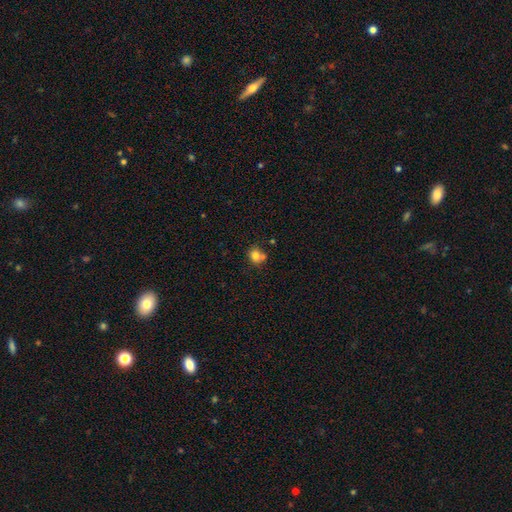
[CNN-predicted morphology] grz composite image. It shows a smooth galaxy with no disk features (76%) that is round (74%). Merging: none (50%).